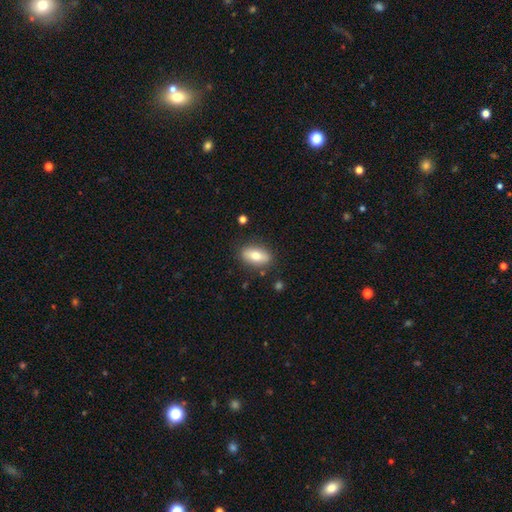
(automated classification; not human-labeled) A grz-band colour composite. It shows a smooth galaxy with no disk features (73%) that is in between round and cigar-shaped (84%). Merging: none (84%).